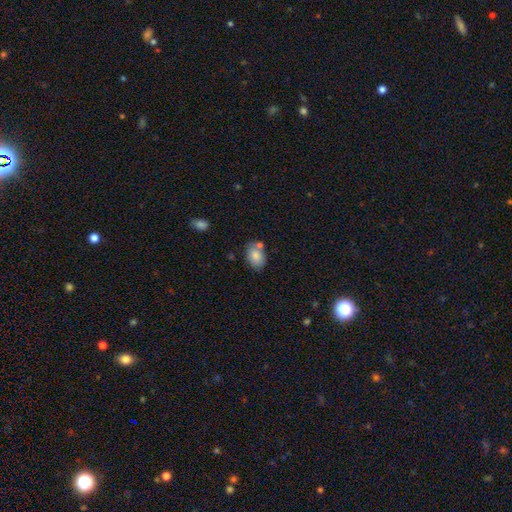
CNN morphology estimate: Smooth or featured? Predicted: smooth (p=0.81). How rounded? Predicted: in between (p=0.80). Merging? Predicted: none (p=0.61).